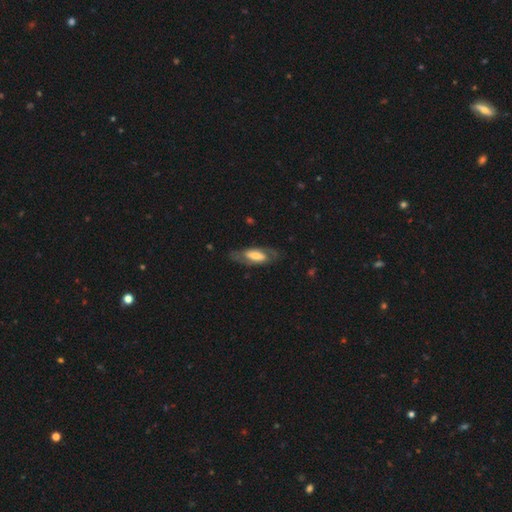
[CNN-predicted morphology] Smooth or featured? Predicted: featured or disk (p=0.52). Edge-on disk? Predicted: no (p=0.77). Merging? Predicted: none (p=0.71).